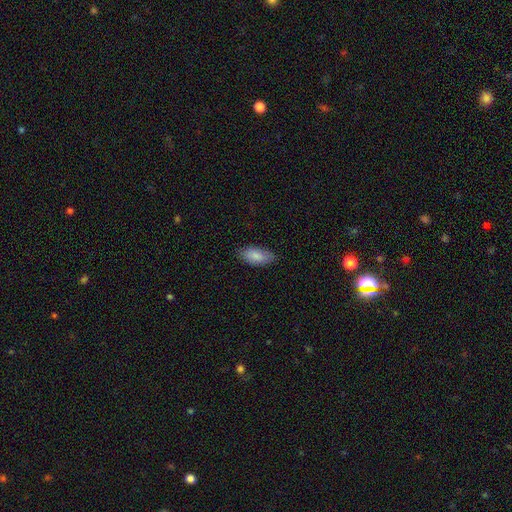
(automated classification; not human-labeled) This is clearly a smooth galaxy (86%). How rounded: clearly in between (87%). Merging: clearly none (82%).